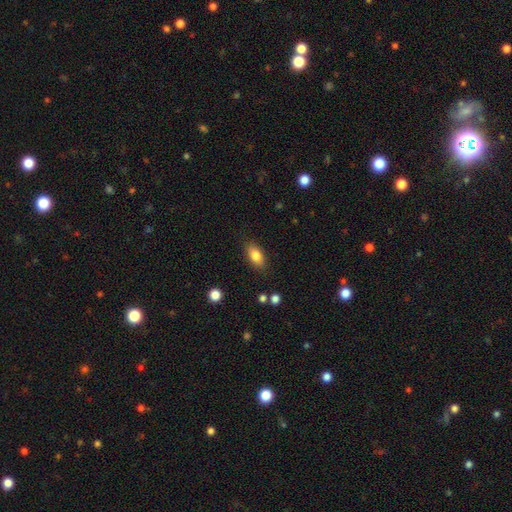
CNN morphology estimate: This appears to be a smooth galaxy with no disk features (82%) that is in between round and cigar-shaped (87%). Merging: none (84%).